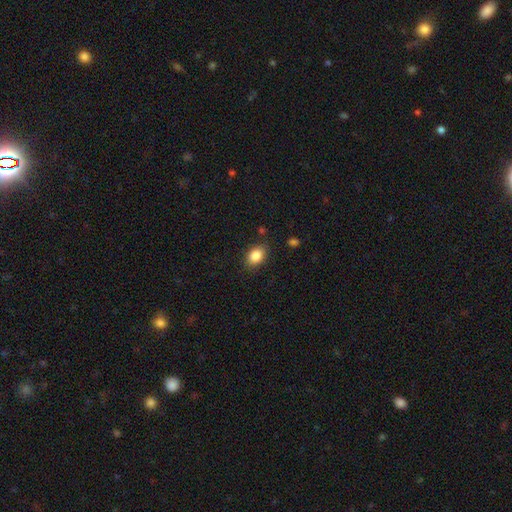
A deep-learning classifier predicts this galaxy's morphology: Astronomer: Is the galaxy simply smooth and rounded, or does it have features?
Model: smooth — 86%.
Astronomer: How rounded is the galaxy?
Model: in between — 80%.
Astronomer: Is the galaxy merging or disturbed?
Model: none — 83%.